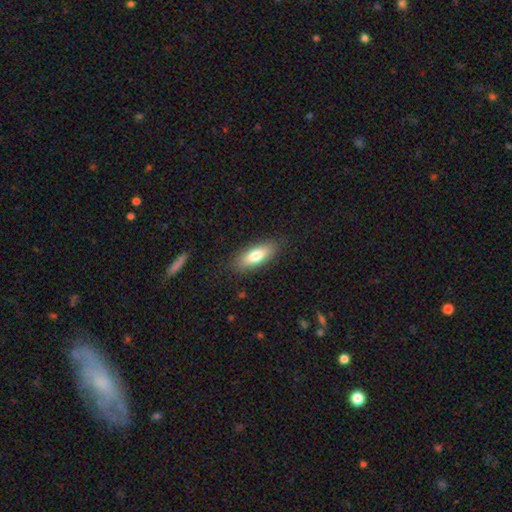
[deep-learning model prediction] Smooth or featured? Predicted: smooth (p=0.75). How rounded? Predicted: in between (p=0.70). Merging? Predicted: none (p=0.86).